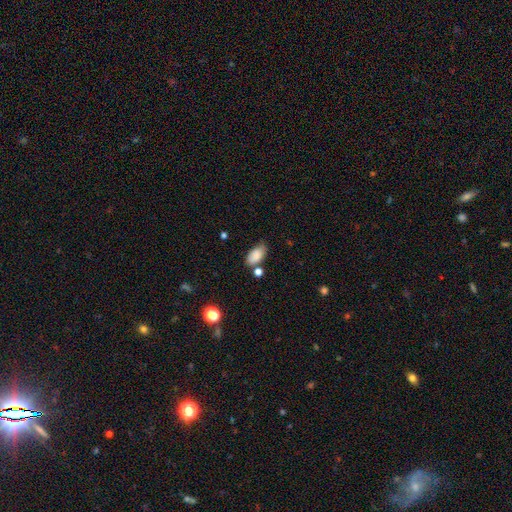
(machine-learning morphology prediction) Smooth or featured?
  - smooth: 85% *
  - star or artifact: 8%
  - featured or disk: 7%
How rounded?
  - in between: 93% *
  - round: 4%
  - cigar-shaped: 3%
Merging?
  - none: 61% *
  - minor disturbance: 24%
  - merger: 9%
  - major disturbance: 5%